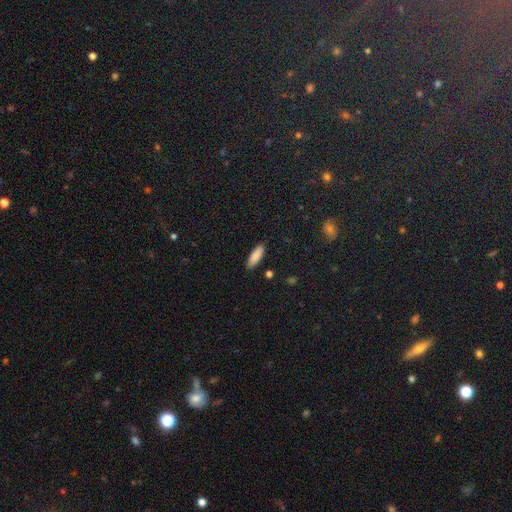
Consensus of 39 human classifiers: Q: Smooth or featured?
A: smooth (79%); runner-up: featured or disk (10%)
Q: How rounded?
A: in between (52%); runner-up: cigar-shaped (48%)
Q: Merging?
A: none (89%); runner-up: minor disturbance (11%)